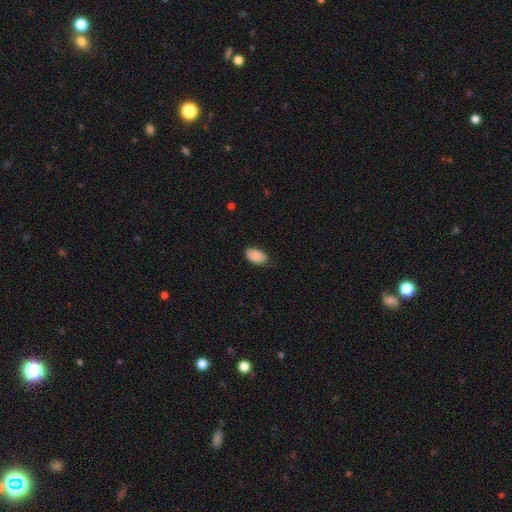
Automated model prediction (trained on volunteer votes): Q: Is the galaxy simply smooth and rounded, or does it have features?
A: smooth — 86%.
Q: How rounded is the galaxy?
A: in between — 93%.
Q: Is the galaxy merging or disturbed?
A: none — 69%.